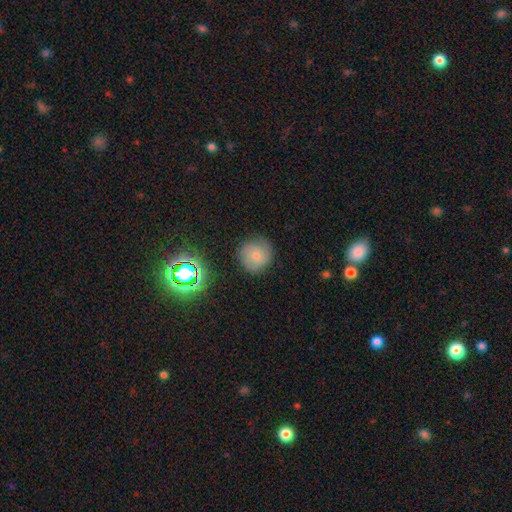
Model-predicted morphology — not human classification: smooth 71%, featured or disk 16%, star or artifact 13%. Down the decision tree: how rounded — round (92%); merging — none (79%).